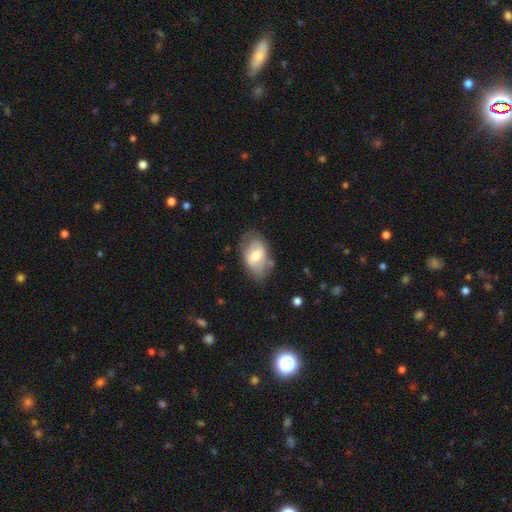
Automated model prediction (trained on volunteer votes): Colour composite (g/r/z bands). It shows a smooth galaxy with no disk features (54%) that is in between round and cigar-shaped (88%). Merging: none (63%).